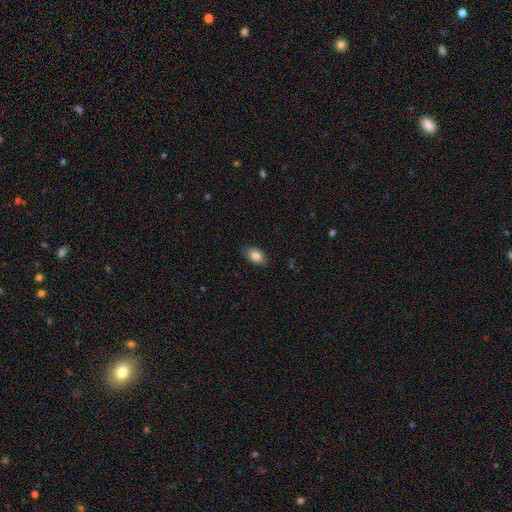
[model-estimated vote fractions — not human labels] Q: Smooth or featured?
A: smooth (83%); runner-up: featured or disk (10%)
Q: How rounded?
A: in between (89%); runner-up: round (9%)
Q: Merging?
A: none (84%); runner-up: minor disturbance (12%)